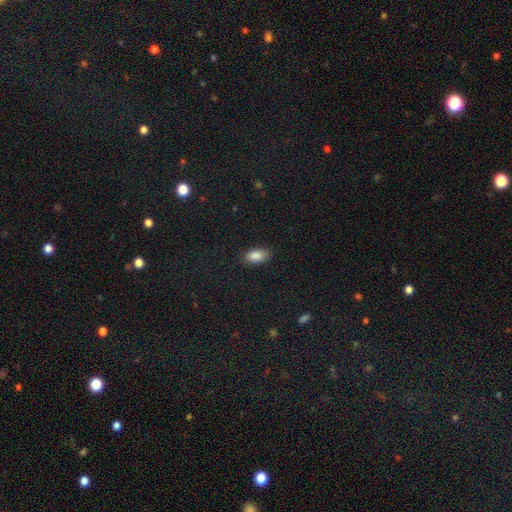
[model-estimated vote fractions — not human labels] smooth_or_featured: smooth (p=0.88) [alt: star or artifact p=0.08]
how_rounded: in between (p=0.93) [alt: round p=0.04]
merging: none (p=0.87) [alt: minor disturbance p=0.10]